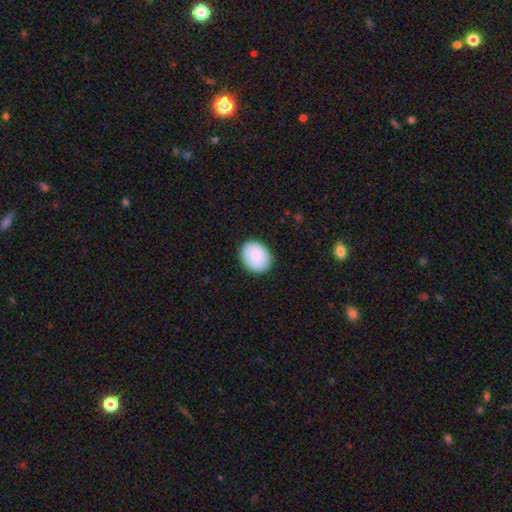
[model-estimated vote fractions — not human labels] The model was most divided on "how rounded": round: 53%, in between: 46%, cigar-shaped: 1%. More confident: merging — none (87%); smooth or featured — smooth (86%).